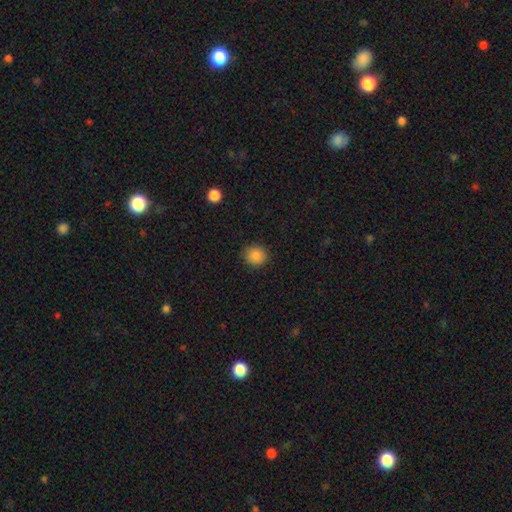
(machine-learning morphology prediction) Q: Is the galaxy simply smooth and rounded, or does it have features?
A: smooth — 86%.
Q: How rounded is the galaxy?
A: round — 86%.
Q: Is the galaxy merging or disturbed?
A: none — 88%.